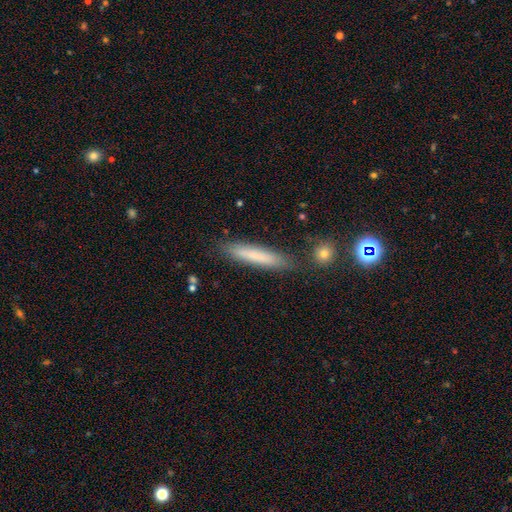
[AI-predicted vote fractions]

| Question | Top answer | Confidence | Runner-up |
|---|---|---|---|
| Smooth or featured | smooth | 75% | featured or disk (17%) |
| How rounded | cigar-shaped | 91% | in between (8%) |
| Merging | none | 86% | minor disturbance (10%) |